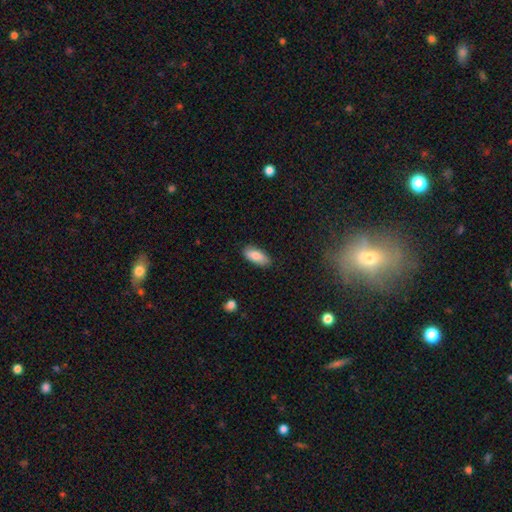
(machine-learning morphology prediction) This appears to be a smooth galaxy with no disk features (86%) that is in between round and cigar-shaped (87%). Merging: none (84%).